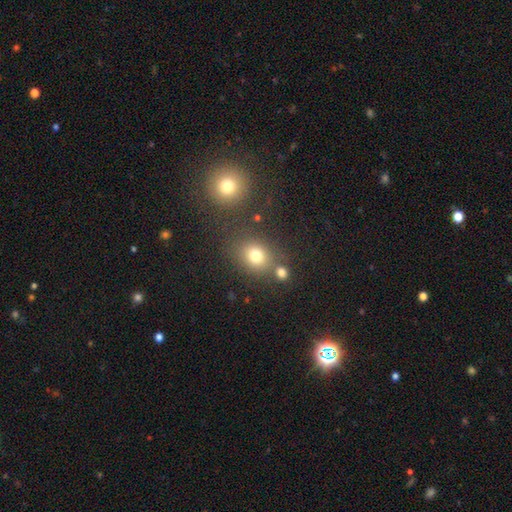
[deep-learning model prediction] A smooth galaxy with no disk features (75%) that is round (66%). Merging: none (69%).